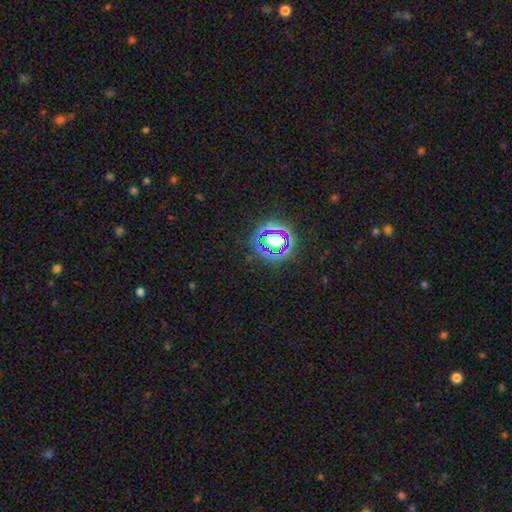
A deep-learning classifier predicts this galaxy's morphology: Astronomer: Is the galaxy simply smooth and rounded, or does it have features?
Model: star or artifact — 80%.